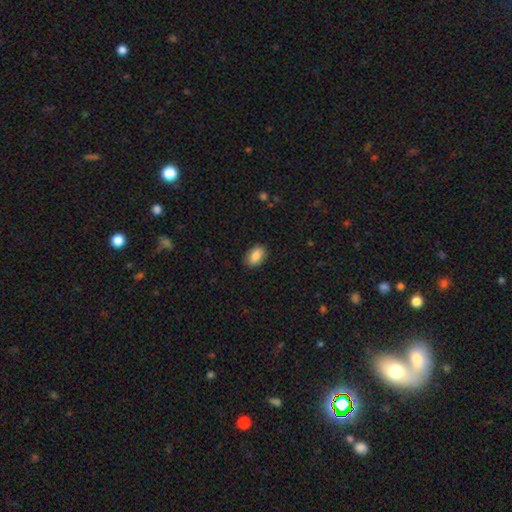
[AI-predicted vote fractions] Morphology: type=smooth (87%); roundness=in between (90%); merging=none (88%).